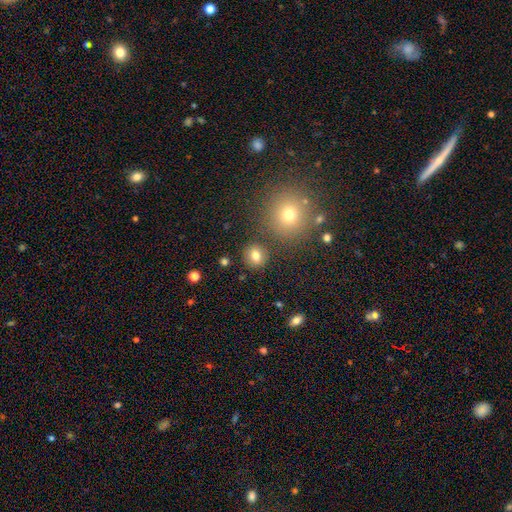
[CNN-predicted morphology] Smooth or featured? Predicted: smooth (p=0.78). How rounded? Predicted: round (p=0.84). Merging? Predicted: none (p=0.85).